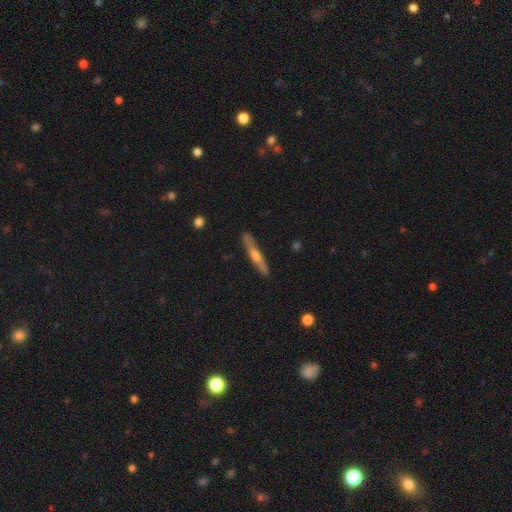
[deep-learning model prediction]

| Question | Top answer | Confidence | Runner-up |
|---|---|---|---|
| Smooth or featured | featured or disk | 62% | smooth (32%) |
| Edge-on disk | yes | 95% | no (5%) |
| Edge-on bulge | rounded | 83% | none (12%) |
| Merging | none | 88% | minor disturbance (9%) |